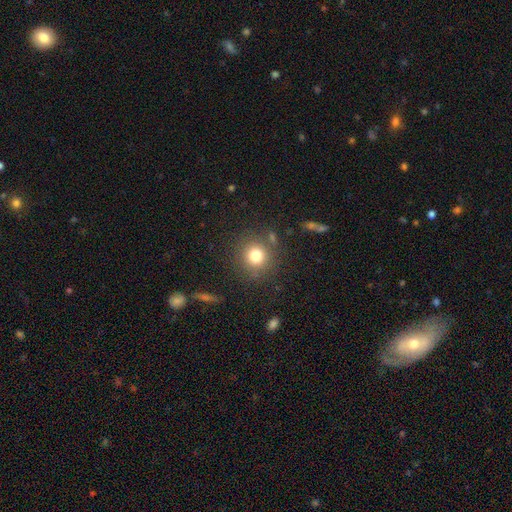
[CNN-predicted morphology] type=smooth (78%); roundness=round (92%); merging=none (83%).